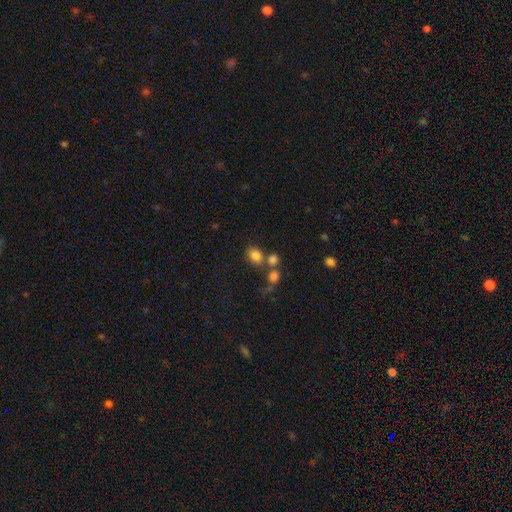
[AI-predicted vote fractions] A smooth galaxy with no disk features (80%) that is in between round and cigar-shaped (59%).

Vote fractions:
- Smooth or featured? smooth: 80% / star or artifact: 12% / featured or disk: 8%
- How rounded? in between: 59% / round: 40% / cigar-shaped: 1%
- Merging? none: 54% / merger: 28% / minor disturbance: 12% / major disturbance: 6%